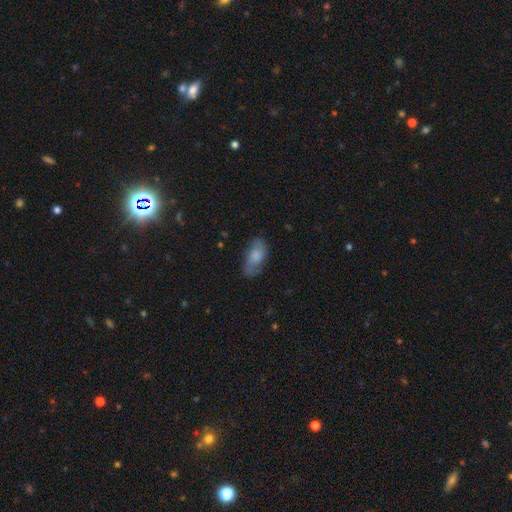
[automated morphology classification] A smooth galaxy with no disk features (61%) that is in between round and cigar-shaped (90%). Merging: none (67%).